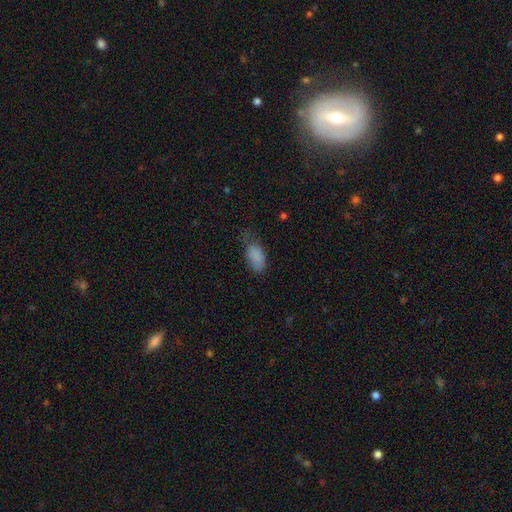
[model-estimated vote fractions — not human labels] smooth-or-featured: smooth: 83% | star or artifact: 9% | featured or disk: 7%
  how-rounded: in between: 92% | cigar-shaped: 5% | round: 4%
  merging: none: 43% | minor disturbance: 37% | major disturbance: 17% | merger: 2%